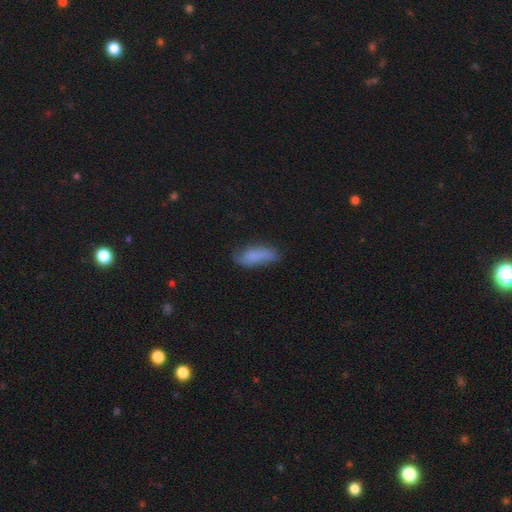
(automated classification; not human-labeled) smooth 74%, featured or disk 18%, star or artifact 8%. Down the decision tree: how rounded — in between (66%); merging — none (57%).